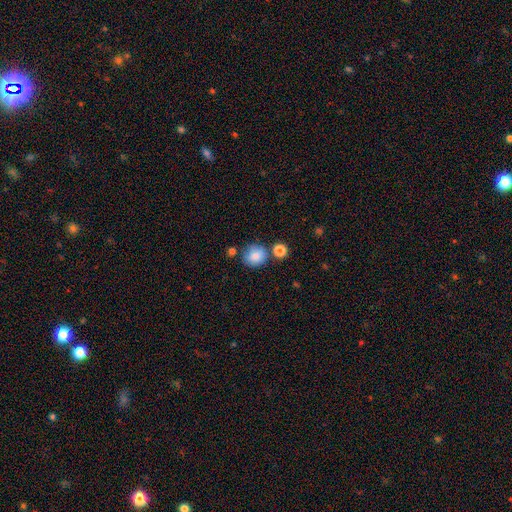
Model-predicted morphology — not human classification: Q: Smooth or featured?
A: smooth (84%); runner-up: star or artifact (9%)
Q: How rounded?
A: round (78%); runner-up: in between (21%)
Q: Merging?
A: none (69%); runner-up: minor disturbance (15%)